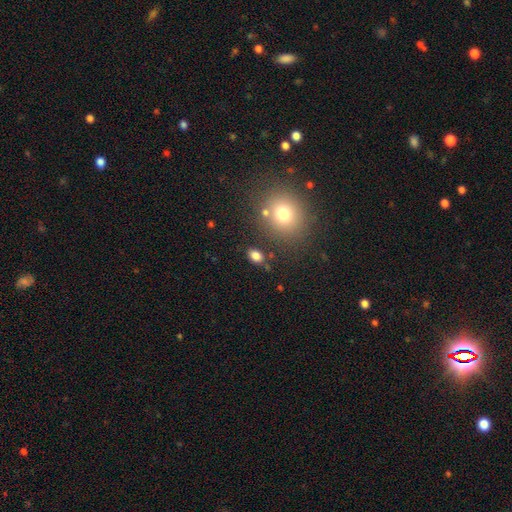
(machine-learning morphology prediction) A smooth galaxy with no disk features (81%) that is in between round and cigar-shaped (78%).

Vote fractions:
- Smooth or featured? smooth: 81% / star or artifact: 12% / featured or disk: 7%
- How rounded? in between: 78% / round: 20% / cigar-shaped: 2%
- Merging? none: 81% / minor disturbance: 10% / merger: 5% / major disturbance: 4%